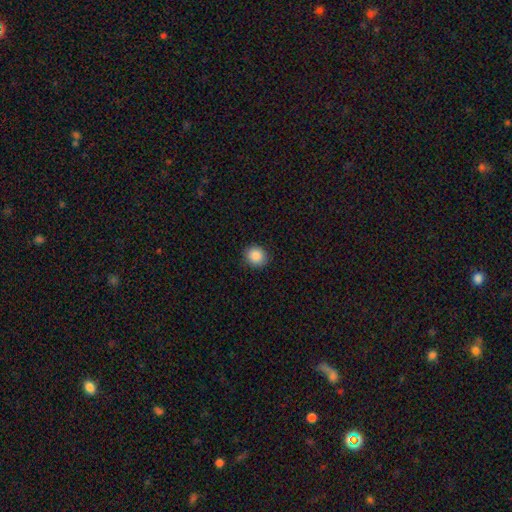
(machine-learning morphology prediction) The model was most divided on "how rounded": round: 79%, in between: 20%, cigar-shaped: 1%. More confident: merging — none (90%); smooth or featured — smooth (88%).